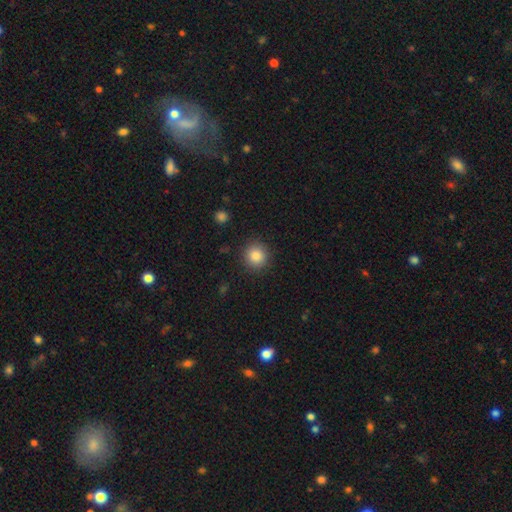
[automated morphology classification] Q: Smooth or featured?
A: smooth (86%); runner-up: star or artifact (10%)
Q: How rounded?
A: round (93%); runner-up: in between (6%)
Q: Merging?
A: none (90%); runner-up: minor disturbance (6%)